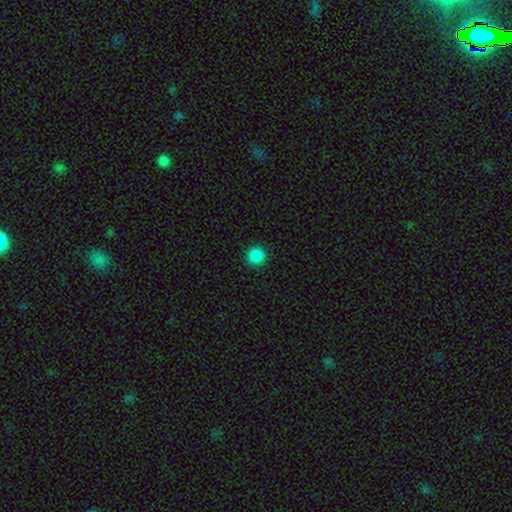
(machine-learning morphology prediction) smooth-or-featured: smooth: 87% | star or artifact: 11% | featured or disk: 2%
  how-rounded: round: 95% | in between: 4% | cigar-shaped: 1%
  merging: none: 93% | minor disturbance: 5% | major disturbance: 2% | merger: 1%